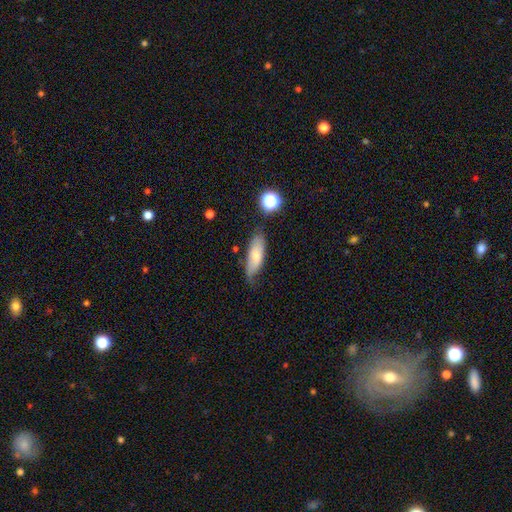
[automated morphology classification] Q: Smooth or featured?
A: smooth (71%); runner-up: featured or disk (21%)
Q: How rounded?
A: in between (64%); runner-up: cigar-shaped (34%)
Q: Merging?
A: none (62%); runner-up: minor disturbance (27%)